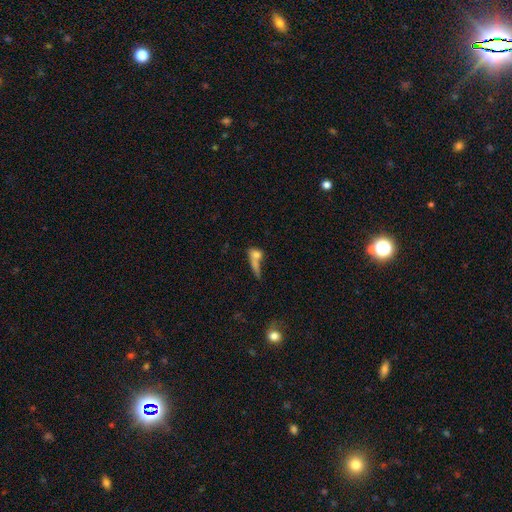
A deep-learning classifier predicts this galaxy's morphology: smooth_or_featured: smooth (p=0.63) [alt: featured or disk p=0.25]
how_rounded: in between (p=0.45) [alt: cigar-shaped p=0.28]
merging: merger (p=0.38) [alt: none p=0.26]